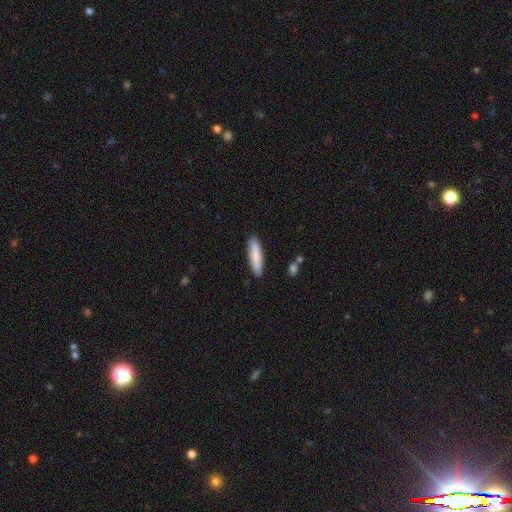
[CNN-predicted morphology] Smooth or featured: smooth — 85% (featured or disk — 10%)
How rounded: cigar-shaped — 77% (in between — 22%)
Merging: none — 88% (minor disturbance — 9%)